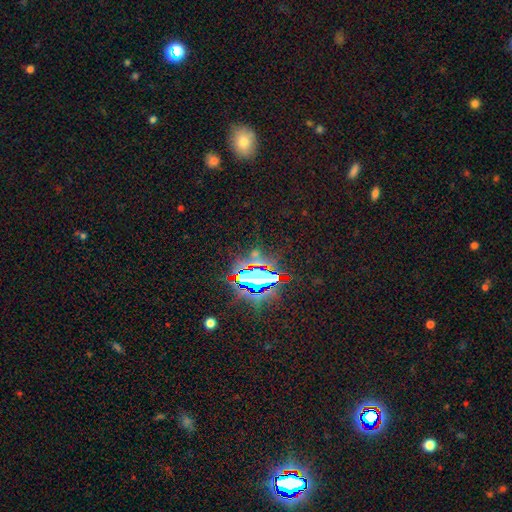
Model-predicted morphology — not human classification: A star or artifact, not a galaxy (78%).

Vote fractions:
- Smooth or featured? star or artifact: 78% / smooth: 13% / featured or disk: 9%